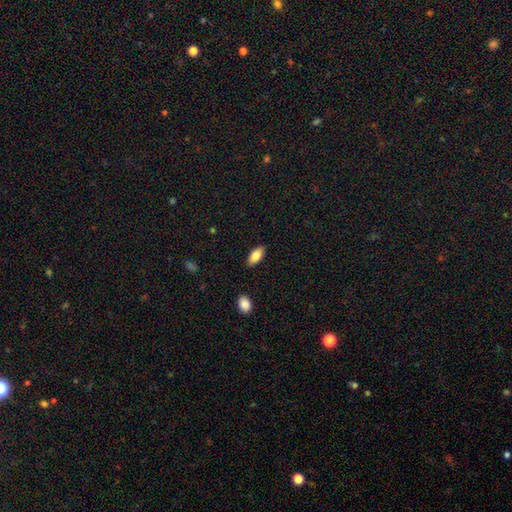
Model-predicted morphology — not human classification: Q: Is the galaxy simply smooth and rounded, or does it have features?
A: smooth — 82%.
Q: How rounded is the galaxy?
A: in between — 91%.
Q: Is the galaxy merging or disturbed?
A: none — 87%.